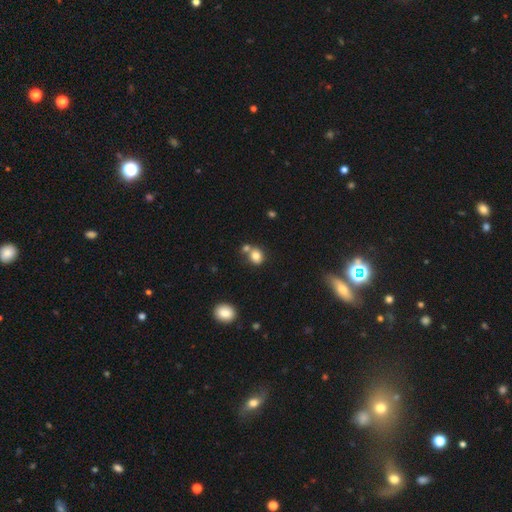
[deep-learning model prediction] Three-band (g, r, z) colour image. It shows a smooth galaxy with no disk features (80%) that is round (71%). Merging: none (51%).